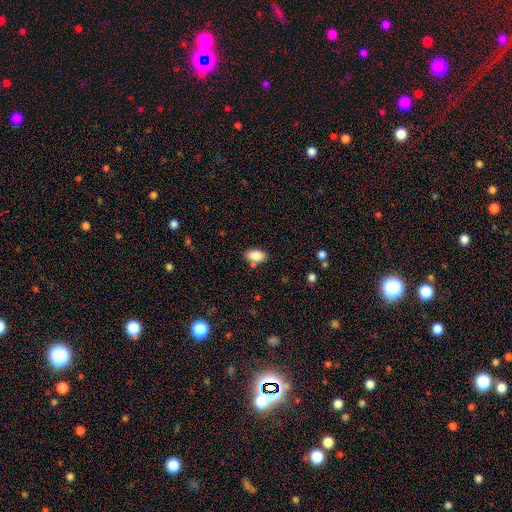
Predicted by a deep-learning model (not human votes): The model was most divided on "merging": none: 78%, minor disturbance: 13%, merger: 7%, major disturbance: 3%. More confident: how rounded — in between (93%); smooth or featured — smooth (87%).